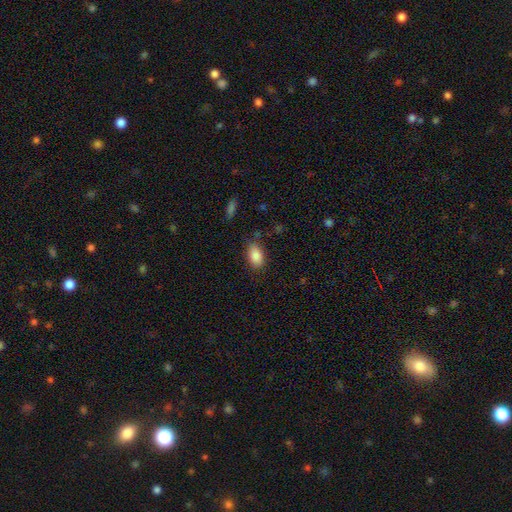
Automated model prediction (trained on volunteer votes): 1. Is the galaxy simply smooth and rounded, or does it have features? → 88% smooth, 8% star or artifact, 5% featured or disk.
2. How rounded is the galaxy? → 90% in between, 8% round, 2% cigar-shaped.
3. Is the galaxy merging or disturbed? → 77% none, 17% minor disturbance, 4% major disturbance, 2% merger.